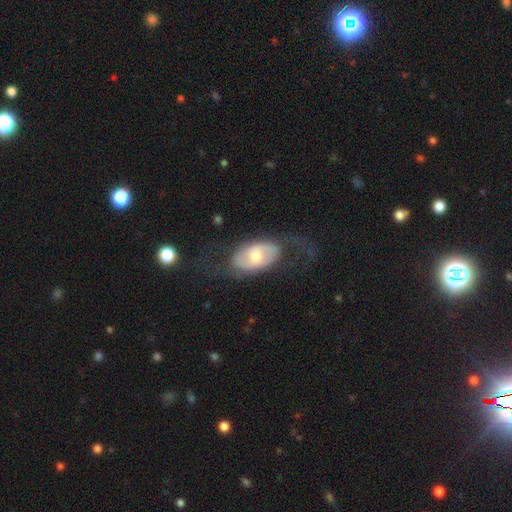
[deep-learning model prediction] Morphology: type=featured or disk (57%); edge-on=no (91%); bar=no (50%); spiral arms=yes (58%); bulge=moderate (65%); merging=none (54%).